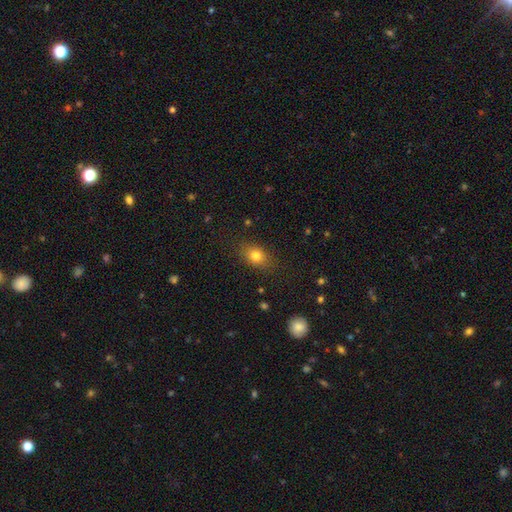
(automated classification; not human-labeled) This is likely a smooth galaxy (80%). How rounded: likely in between (68%). Merging: clearly none (82%).